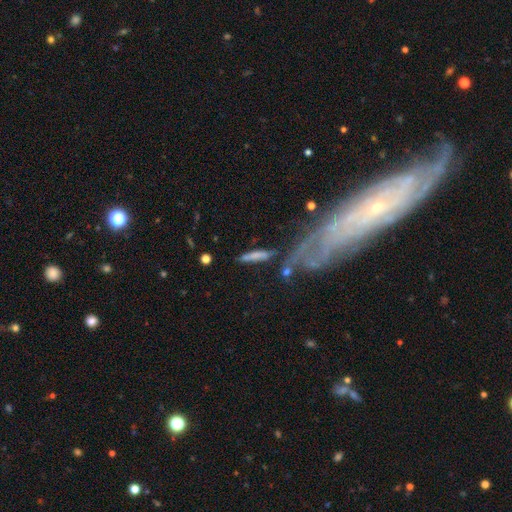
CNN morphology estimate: smooth 64%, featured or disk 28%, star or artifact 8%. Down the decision tree: how rounded — cigar-shaped (85%); merging — none (60%).